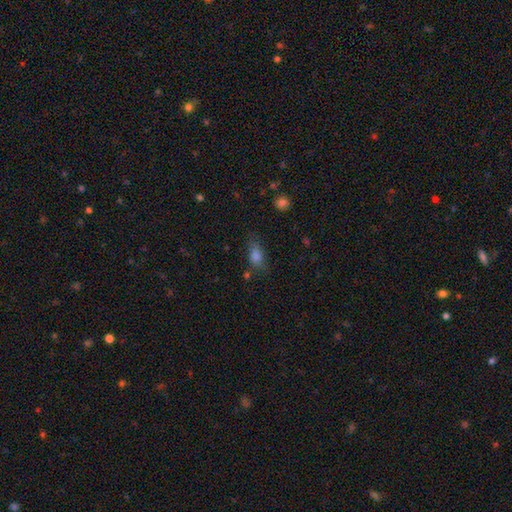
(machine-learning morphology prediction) Smooth or featured? smooth (73%)
How rounded? in between (74%)
Merging? none (63%)